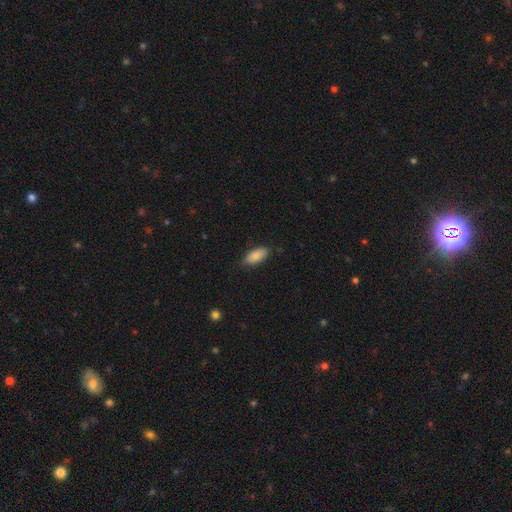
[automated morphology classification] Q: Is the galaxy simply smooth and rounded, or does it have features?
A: smooth — 88%.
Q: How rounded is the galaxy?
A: in between — 87%.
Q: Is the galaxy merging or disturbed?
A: none — 82%.